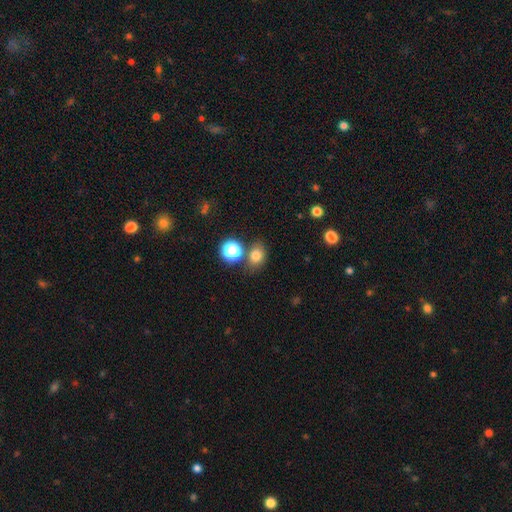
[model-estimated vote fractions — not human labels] smooth-or-featured: smooth: 77% | star or artifact: 15% | featured or disk: 8%
  how-rounded: round: 52% | in between: 47% | cigar-shaped: 1%
  merging: none: 69% | merger: 14% | minor disturbance: 12% | major disturbance: 4%